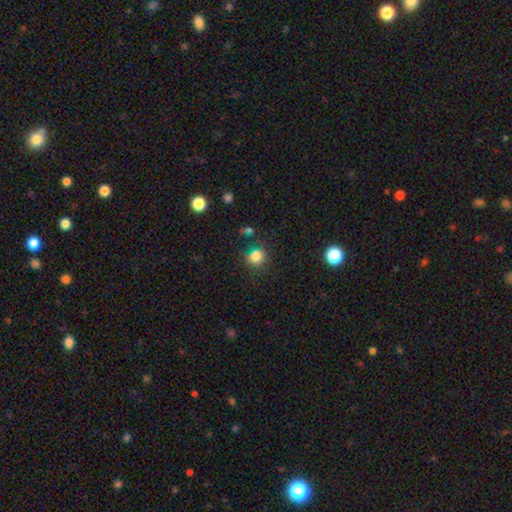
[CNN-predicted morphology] Smooth or featured? Predicted: smooth (p=0.79). How rounded? Predicted: round (p=0.86). Merging? Predicted: none (p=0.77).